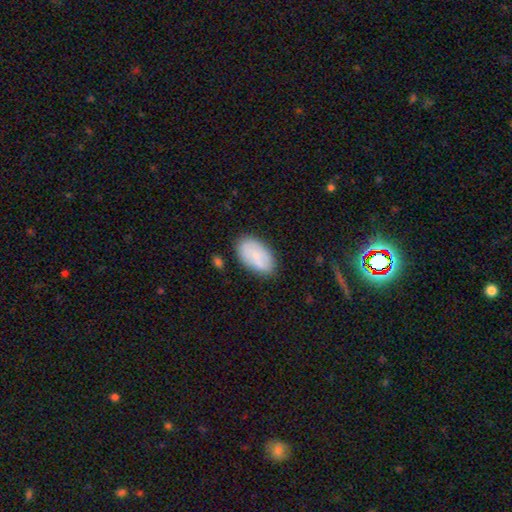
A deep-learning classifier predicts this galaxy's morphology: Overall: smooth (74%). How rounded: in between (93%). Merging: none (77%).